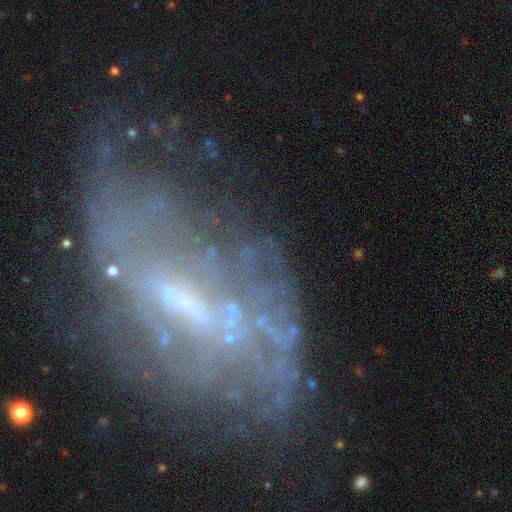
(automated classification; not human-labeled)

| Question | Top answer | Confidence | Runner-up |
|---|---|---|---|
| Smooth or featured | featured or disk | 74% | star or artifact (13%) |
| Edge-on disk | no | 92% | yes (8%) |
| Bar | weak | 36% | strong (33%) |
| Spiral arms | yes | 51% | no (49%) |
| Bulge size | small | 59% | none (21%) |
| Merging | none | 48% | major disturbance (27%) |